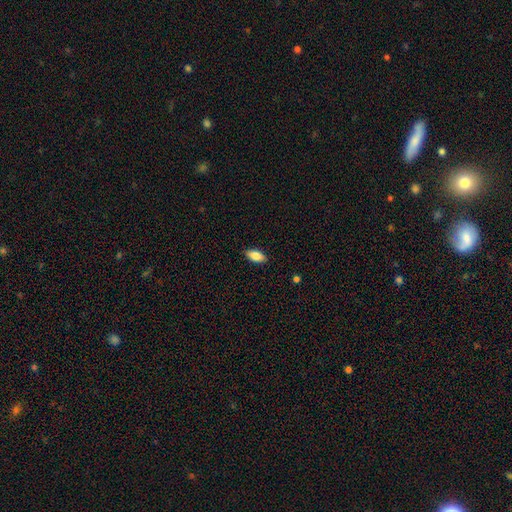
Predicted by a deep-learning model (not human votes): The model was most divided on "smooth or featured": smooth: 82%, featured or disk: 12%, star or artifact: 7%. More confident: how rounded — in between (90%); merging — none (88%).